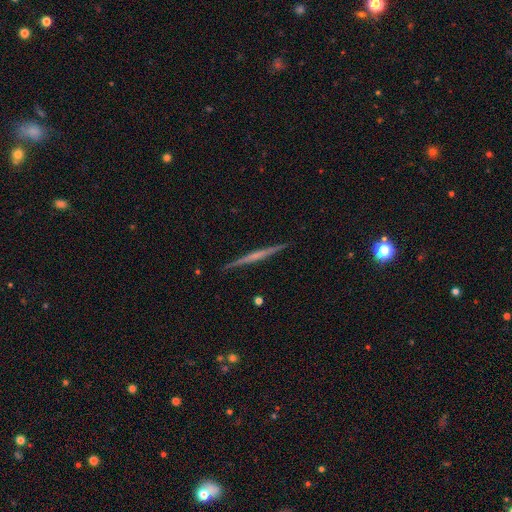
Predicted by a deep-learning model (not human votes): A featured or disk galaxy (69%) viewed edge-on (98%) with no central bulge (65%).

Vote fractions:
- Smooth or featured? featured or disk: 69% / smooth: 25% / star or artifact: 6%
- Edge-on disk? yes: 98% / no: 2%
- Edge-on bulge? none: 65% / rounded: 26% / boxy: 10%
- Merging? none: 91% / minor disturbance: 6% / major disturbance: 1% / merger: 1%